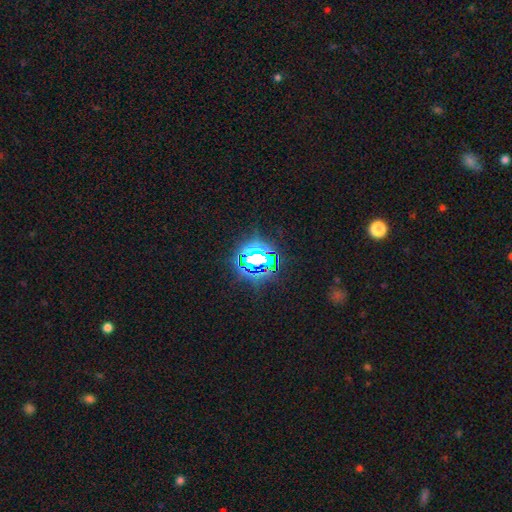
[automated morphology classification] star or artifact 75%, smooth 15%, featured or disk 10%.